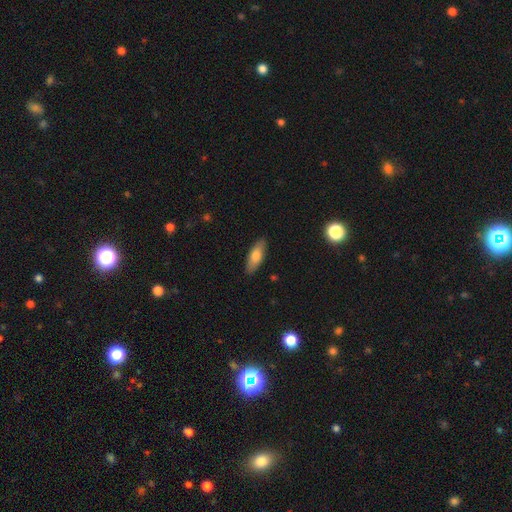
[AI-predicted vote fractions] This appears to be a smooth galaxy with no disk features (73%) that is in between round and cigar-shaped (69%). Merging: none (88%).